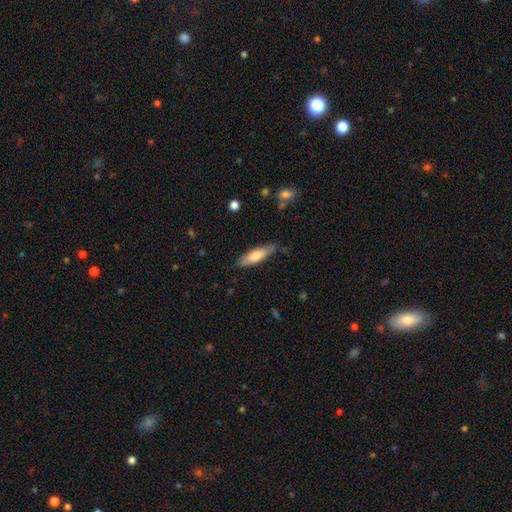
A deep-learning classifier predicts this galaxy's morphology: Smooth or featured?
  - smooth: 71% *
  - featured or disk: 23%
  - star or artifact: 6%
How rounded?
  - cigar-shaped: 61% *
  - in between: 37%
  - round: 2%
Merging?
  - none: 78% *
  - minor disturbance: 17%
  - major disturbance: 3%
  - merger: 2%